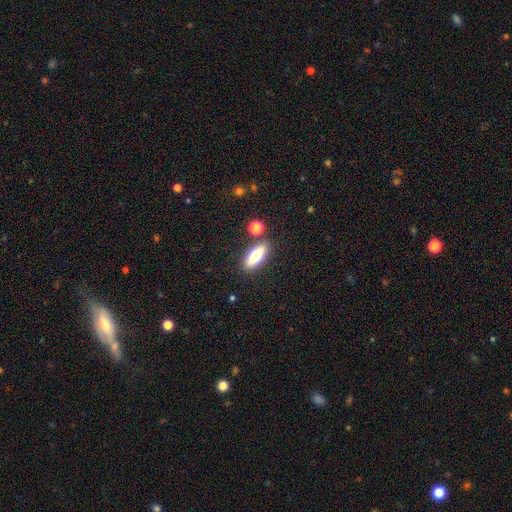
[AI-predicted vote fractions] Morphology: type=smooth (66%); roundness=in between (59%); merging=none (81%).